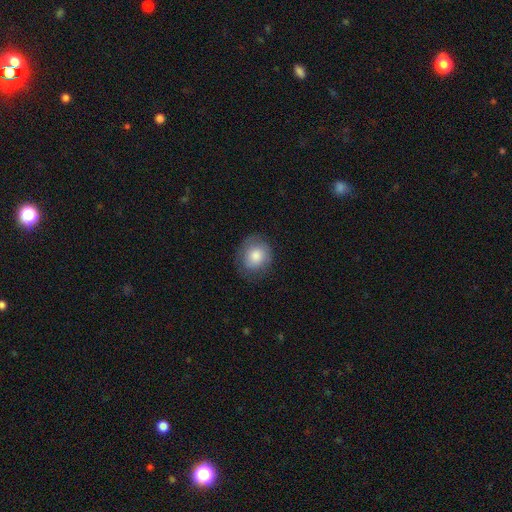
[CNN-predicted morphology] smooth-or-featured: smooth: 77% | featured or disk: 16% | star or artifact: 8%
  how-rounded: round: 68% | in between: 31% | cigar-shaped: 1%
  merging: none: 75% | minor disturbance: 18% | major disturbance: 6% | merger: 1%